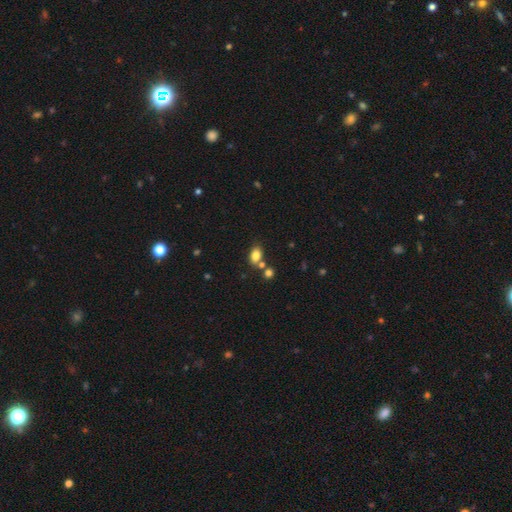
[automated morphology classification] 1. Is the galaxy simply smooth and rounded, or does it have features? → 81% smooth, 11% star or artifact, 8% featured or disk.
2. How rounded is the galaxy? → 84% in between, 15% round, 2% cigar-shaped.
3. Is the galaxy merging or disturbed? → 63% none, 20% merger, 13% minor disturbance, 4% major disturbance.